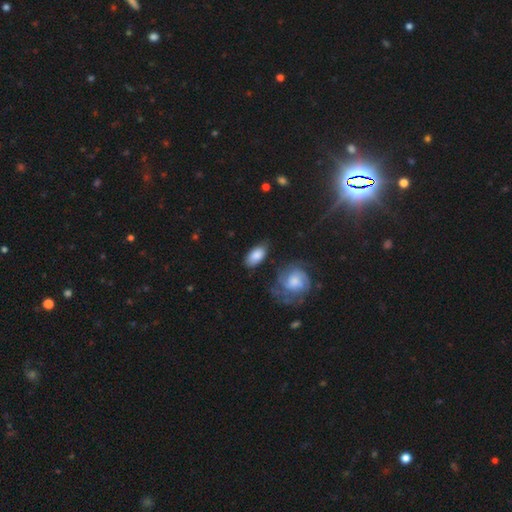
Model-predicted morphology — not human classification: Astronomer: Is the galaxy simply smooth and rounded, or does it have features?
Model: smooth — 82%.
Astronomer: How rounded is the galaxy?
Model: in between — 92%.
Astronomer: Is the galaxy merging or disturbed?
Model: none — 72%.